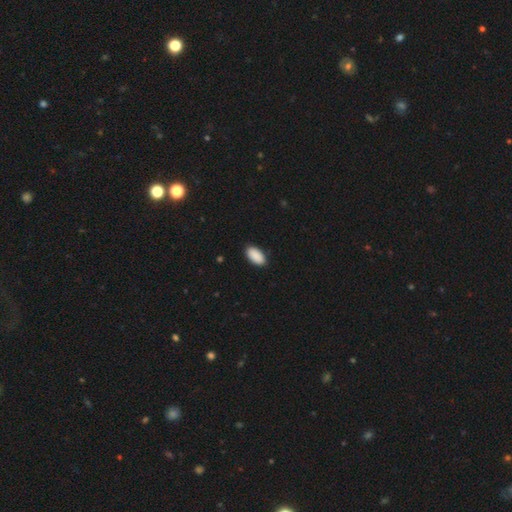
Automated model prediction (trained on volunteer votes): Smooth or featured?
  - smooth: 91% *
  - star or artifact: 6%
  - featured or disk: 3%
How rounded?
  - in between: 95% *
  - round: 2%
  - cigar-shaped: 2%
Merging?
  - none: 88% *
  - minor disturbance: 9%
  - major disturbance: 2%
  - merger: 1%